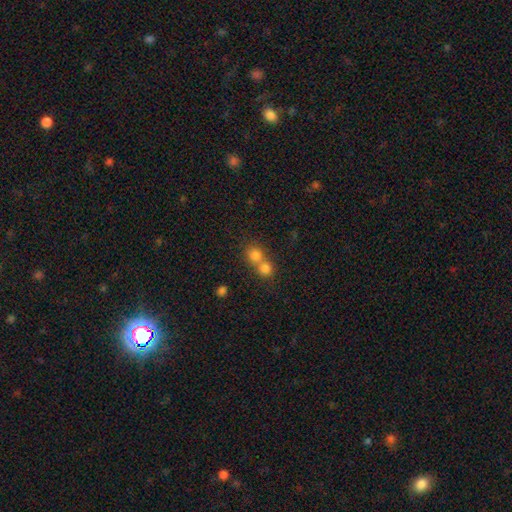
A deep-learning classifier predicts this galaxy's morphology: Q: Smooth or featured?
A: smooth (78%); runner-up: star or artifact (13%)
Q: How rounded?
A: round (85%); runner-up: in between (14%)
Q: Merging?
A: merger (55%); runner-up: none (38%)